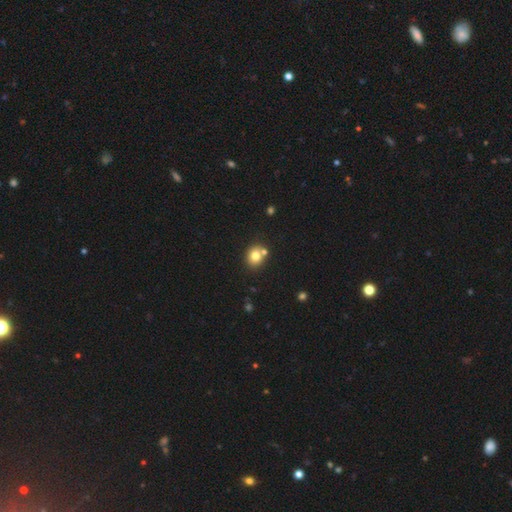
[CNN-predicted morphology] The model was most divided on "how rounded": round: 71%, in between: 28%, cigar-shaped: 1%. More confident: smooth or featured — smooth (78%); merging — none (67%).